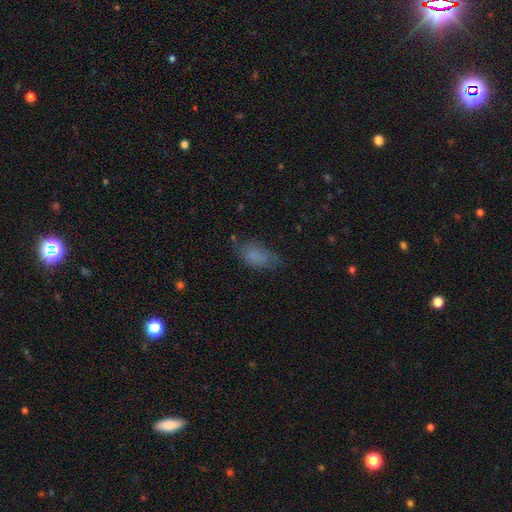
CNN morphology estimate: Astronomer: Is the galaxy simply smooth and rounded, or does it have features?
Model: smooth — 77%.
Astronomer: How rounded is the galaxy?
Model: in between — 89%.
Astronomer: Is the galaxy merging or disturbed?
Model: none — 60%.